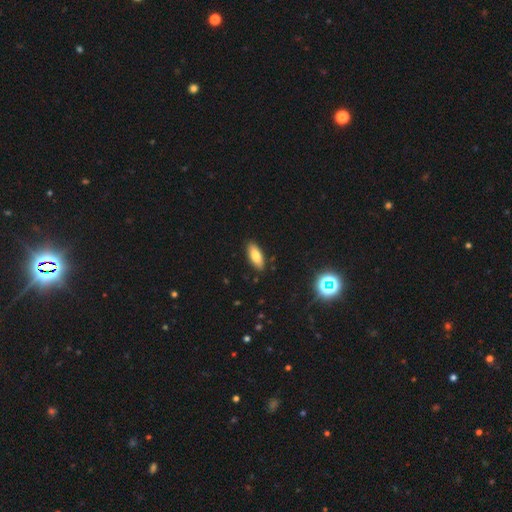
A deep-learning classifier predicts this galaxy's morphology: smooth_or_featured: smooth (p=0.80) [alt: featured or disk p=0.12]
how_rounded: in between (p=0.79) [alt: cigar-shaped p=0.19]
merging: none (p=0.88) [alt: minor disturbance p=0.09]